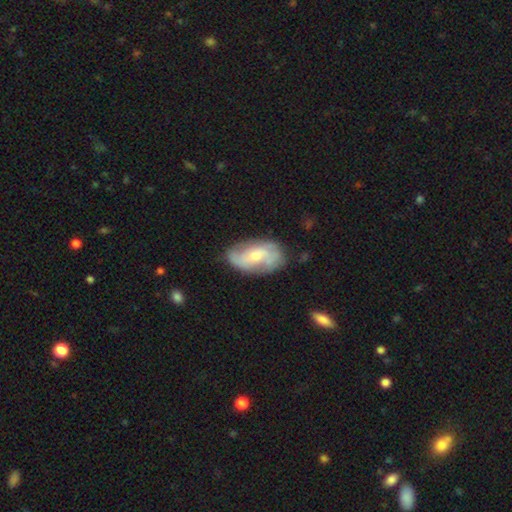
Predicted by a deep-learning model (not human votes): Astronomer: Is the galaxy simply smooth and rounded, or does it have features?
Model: featured or disk — 67%.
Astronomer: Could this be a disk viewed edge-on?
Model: no — 94%.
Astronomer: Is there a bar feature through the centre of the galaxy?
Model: no — 49% (runner-up: weak, 39%).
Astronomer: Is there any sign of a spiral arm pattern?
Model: yes — 84%.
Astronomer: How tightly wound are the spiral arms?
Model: medium — 39% (runner-up: loose, 34%).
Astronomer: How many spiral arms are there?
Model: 2 — 54%.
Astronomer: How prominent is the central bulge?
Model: small — 48% (runner-up: moderate, 47%).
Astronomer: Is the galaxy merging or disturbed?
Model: none — 69%.